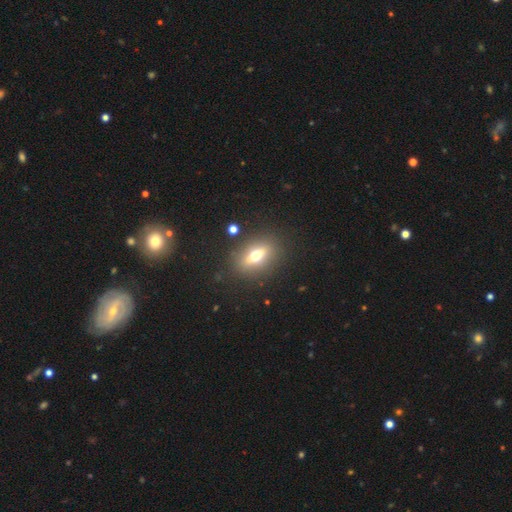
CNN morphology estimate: Smooth or featured? Predicted: smooth (p=0.45). Merging? Predicted: none (p=0.86).